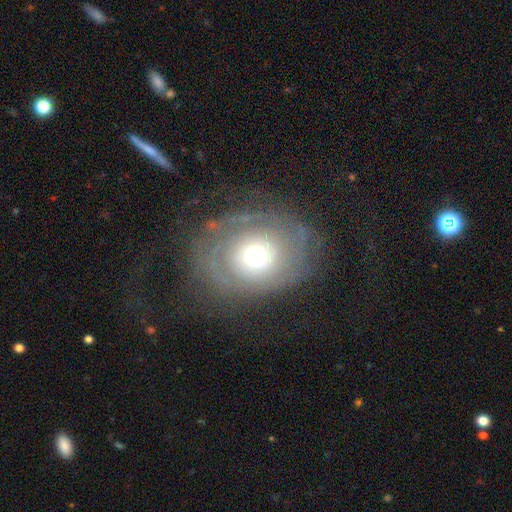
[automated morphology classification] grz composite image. It shows a featured or disk galaxy (63%) with no bar (84%), spiral arms (64%) and a moderate central bulge (64%). Merging: none (70%).